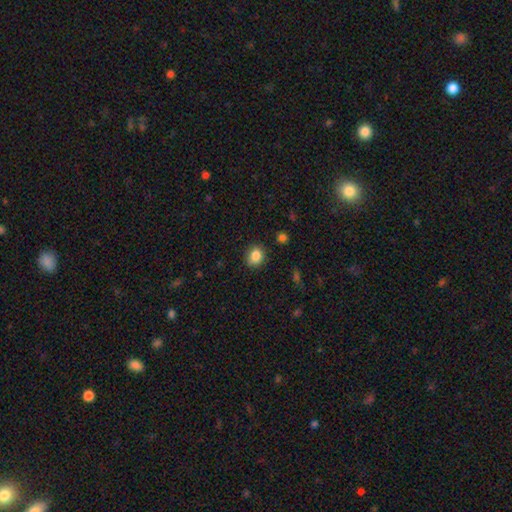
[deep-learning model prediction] smooth-or-featured: smooth: 85% | star or artifact: 10% | featured or disk: 5%
  how-rounded: round: 64% | in between: 35% | cigar-shaped: 1%
  merging: none: 83% | minor disturbance: 13% | major disturbance: 3% | merger: 2%